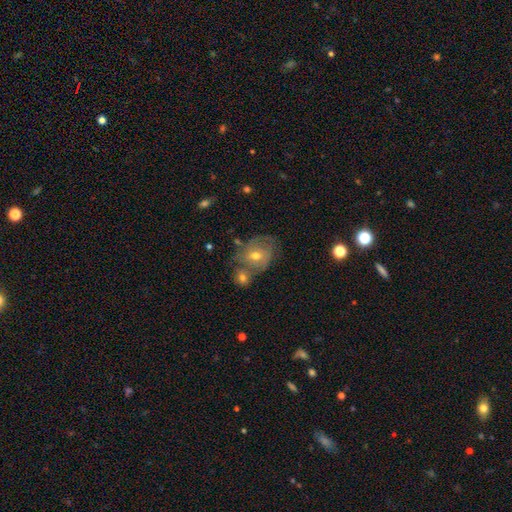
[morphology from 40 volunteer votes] Overall: featured or disk (65%). Edge-on disk: no (100%). Bar: no (58%; weak 42%). Spiral arms: yes (73%). Spiral arm count: can't tell (42%; 2 26%). Spiral winding: tight (42%, tied with medium). Bulge size: moderate (62%; small 31%). Merging: merger (43%; none 26%).